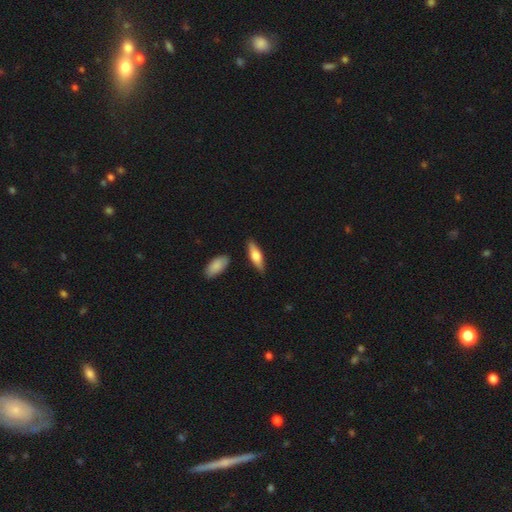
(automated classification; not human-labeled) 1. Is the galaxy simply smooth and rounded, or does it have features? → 61% smooth, 33% featured or disk, 6% star or artifact.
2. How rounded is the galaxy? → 51% in between, 46% cigar-shaped, 2% round.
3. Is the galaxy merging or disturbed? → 83% none, 11% minor disturbance, 3% merger, 2% major disturbance.